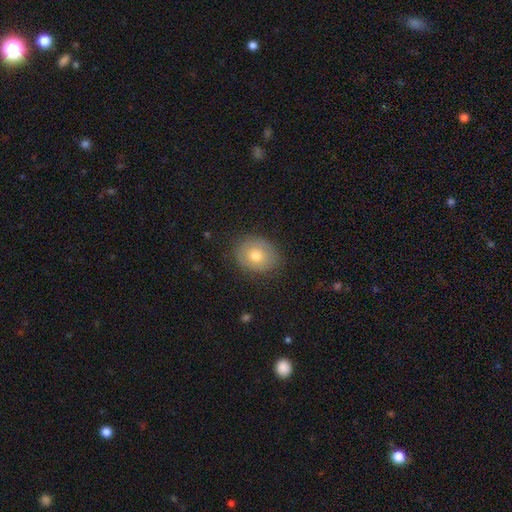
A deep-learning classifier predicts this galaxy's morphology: A smooth galaxy with no disk features (71%) that is round (65%). Merging: none (85%).